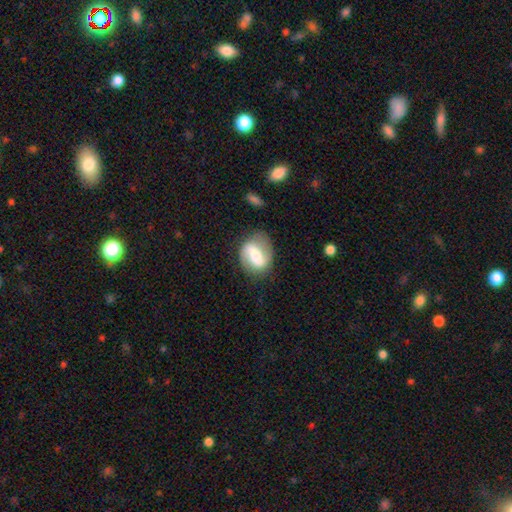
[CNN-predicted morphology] Smooth or featured: featured or disk — 64% (smooth — 30%)
Edge-on disk: no — 96% (yes — 4%)
Bar: strong — 40% (weak — 38%)
Spiral arms: yes — 83% (no — 17%)
Spiral winding: loose — 45% (medium — 38%)
Spiral arm count: 2 — 85% (can't tell — 7%)
Bulge size: moderate — 56% (small — 29%)
Merging: none — 73% (minor disturbance — 18%)